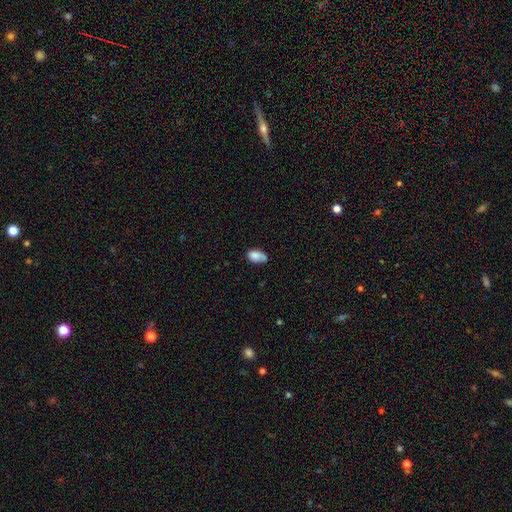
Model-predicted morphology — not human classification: Smooth or featured: smooth — 81% (featured or disk — 11%)
How rounded: in between — 91% (round — 8%)
Merging: none — 50% (minor disturbance — 33%)